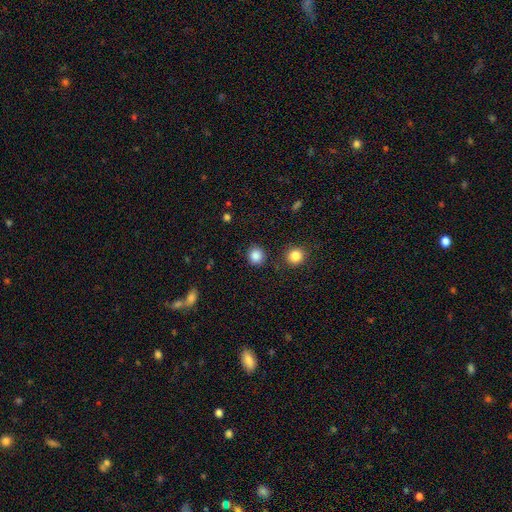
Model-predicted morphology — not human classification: Q: Smooth or featured?
A: smooth (86%); runner-up: star or artifact (10%)
Q: How rounded?
A: round (88%); runner-up: in between (11%)
Q: Merging?
A: none (87%); runner-up: minor disturbance (7%)